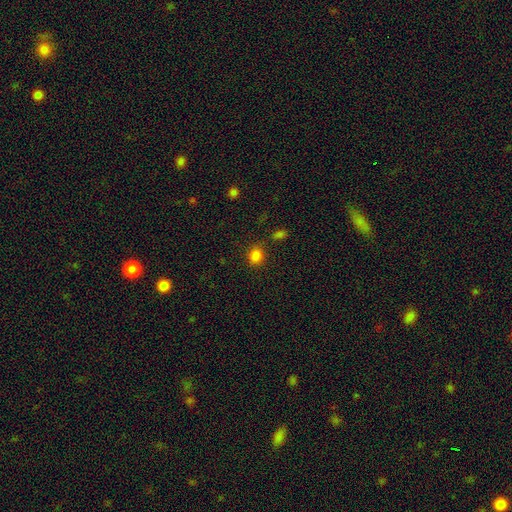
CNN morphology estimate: The model was most divided on "how rounded": round: 70%, in between: 29%, cigar-shaped: 1%. More confident: smooth or featured — smooth (82%); merging — none (81%).